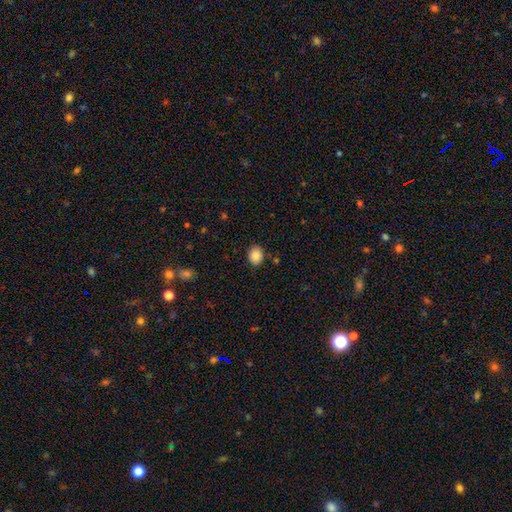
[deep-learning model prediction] Morphology: type=smooth (88%); roundness=in between (56%); merging=none (86%).